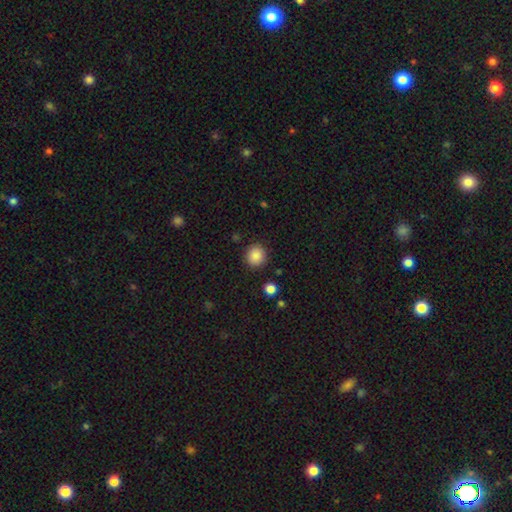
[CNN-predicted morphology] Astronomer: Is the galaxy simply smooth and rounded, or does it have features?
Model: smooth — 88%.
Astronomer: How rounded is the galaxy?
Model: round — 89%.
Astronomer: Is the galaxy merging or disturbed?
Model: none — 89%.